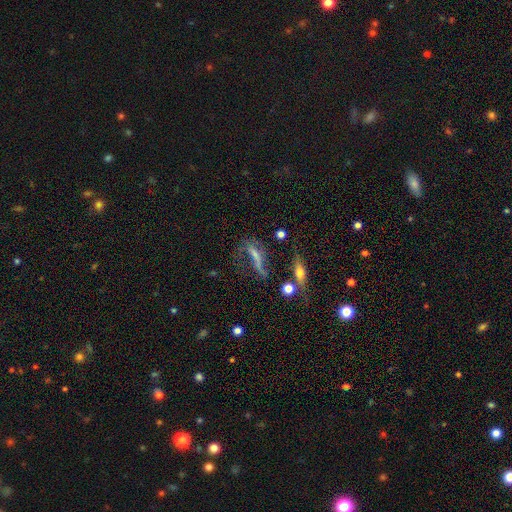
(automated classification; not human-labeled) smooth-or-featured: featured or disk: 51% | smooth: 30% | star or artifact: 19%
  disk-edge-on: no: 61% | yes: 39%
  merging: major disturbance: 35% | none: 34% | minor disturbance: 19% | merger: 12%